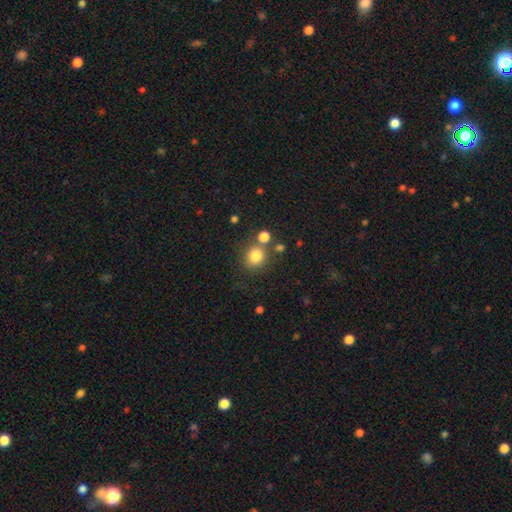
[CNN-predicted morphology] Q: Smooth or featured?
A: smooth (81%); runner-up: star or artifact (12%)
Q: How rounded?
A: round (84%); runner-up: in between (15%)
Q: Merging?
A: none (71%); runner-up: merger (14%)